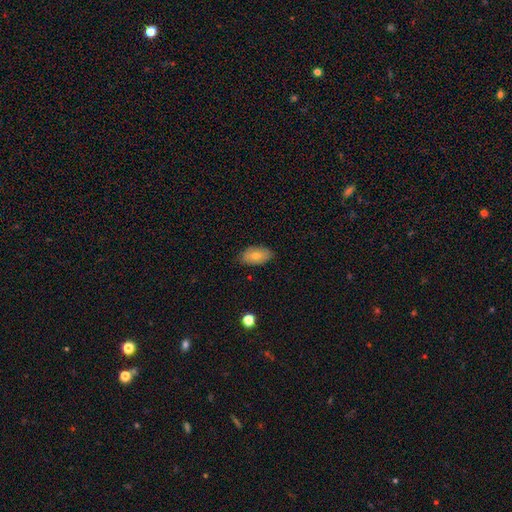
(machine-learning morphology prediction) type=smooth (69%); roundness=in between (92%); merging=none (84%).